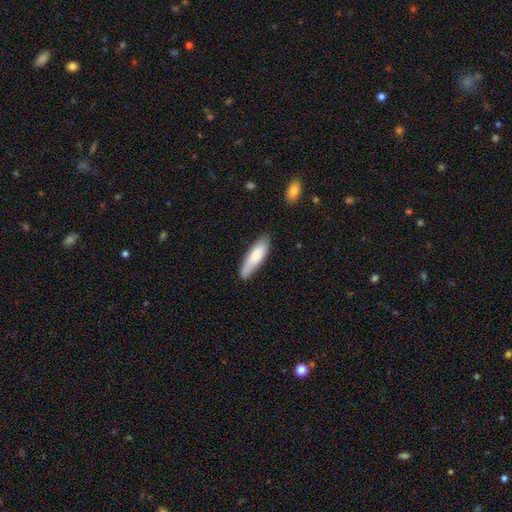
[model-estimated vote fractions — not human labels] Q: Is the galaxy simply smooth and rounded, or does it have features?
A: smooth — 80%.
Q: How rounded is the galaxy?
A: cigar-shaped — 62%.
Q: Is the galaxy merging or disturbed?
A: none — 72%.